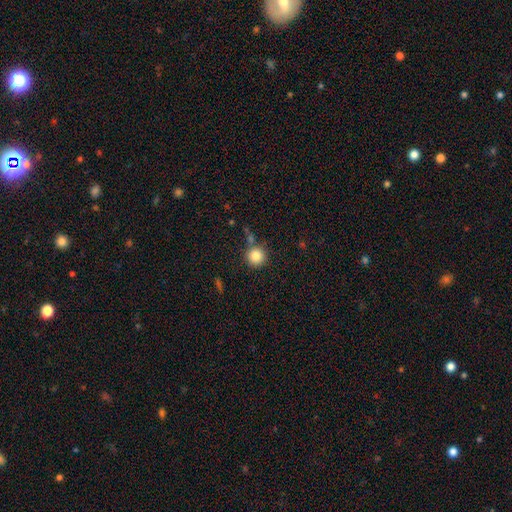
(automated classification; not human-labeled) This appears to be a smooth galaxy with no disk features (84%) that is round (95%). Merging: none (77%).